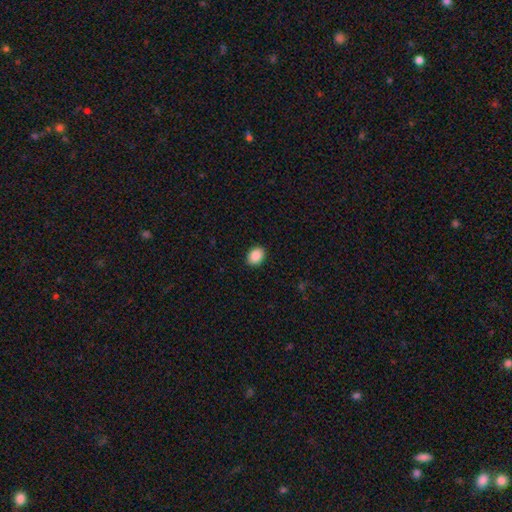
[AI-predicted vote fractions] Smooth or featured? smooth (89%)
How rounded? in between (67%)
Merging? none (90%)